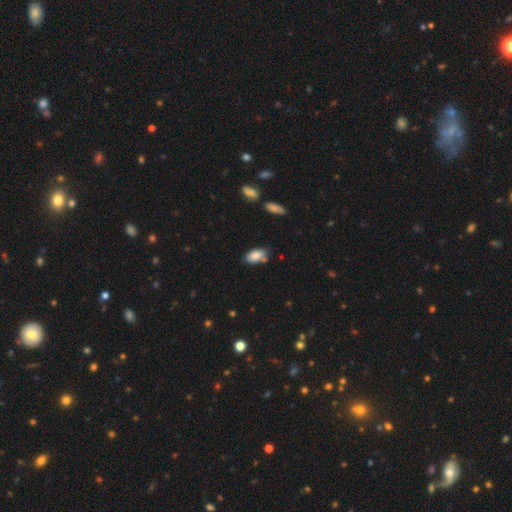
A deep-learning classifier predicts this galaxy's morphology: smooth_or_featured: smooth (p=0.85) [alt: featured or disk p=0.08]
how_rounded: in between (p=0.93) [alt: round p=0.03]
merging: none (p=0.71) [alt: minor disturbance p=0.19]